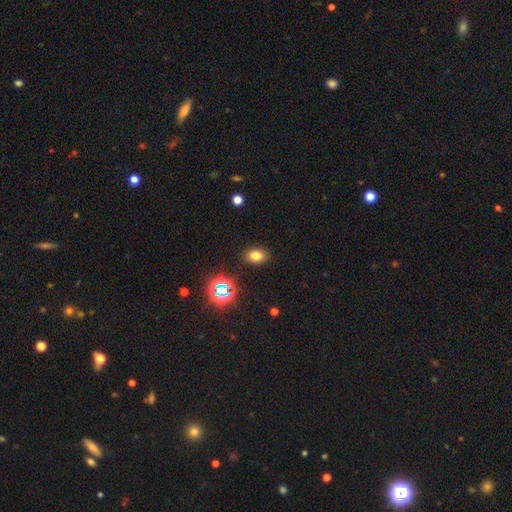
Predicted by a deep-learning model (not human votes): Q: Smooth or featured?
A: smooth (74%); runner-up: star or artifact (19%)
Q: How rounded?
A: in between (73%); runner-up: round (26%)
Q: Merging?
A: none (87%); runner-up: minor disturbance (9%)